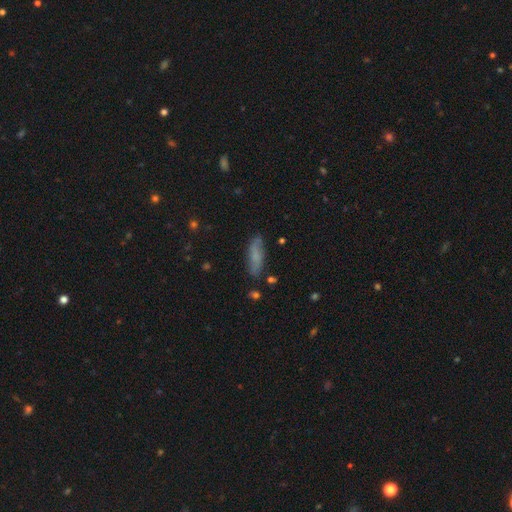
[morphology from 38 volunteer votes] This is possibly a smooth galaxy (58%). How rounded: likely cigar-shaped (73%). Merging: likely none (78%).